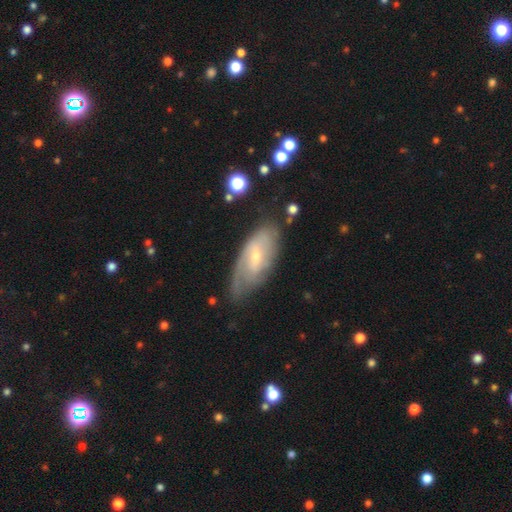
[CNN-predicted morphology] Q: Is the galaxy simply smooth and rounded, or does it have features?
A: featured or disk — 67%.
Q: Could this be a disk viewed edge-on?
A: no — 90%.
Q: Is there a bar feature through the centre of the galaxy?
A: weak — 48%.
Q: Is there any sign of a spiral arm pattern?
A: yes — 84%.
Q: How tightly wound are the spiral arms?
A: tight — 46%.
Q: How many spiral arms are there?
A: can't tell — 41%.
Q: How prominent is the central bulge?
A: small — 66%.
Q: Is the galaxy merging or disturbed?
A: none — 61%.